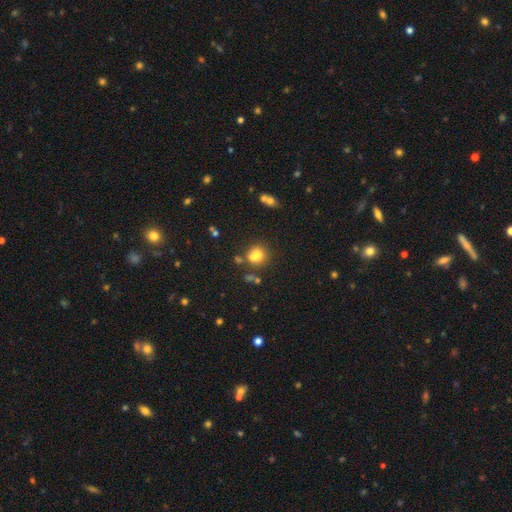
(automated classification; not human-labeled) Smooth or featured? Predicted: smooth (p=0.78). How rounded? Predicted: round (p=0.54). Merging? Predicted: none (p=0.58).